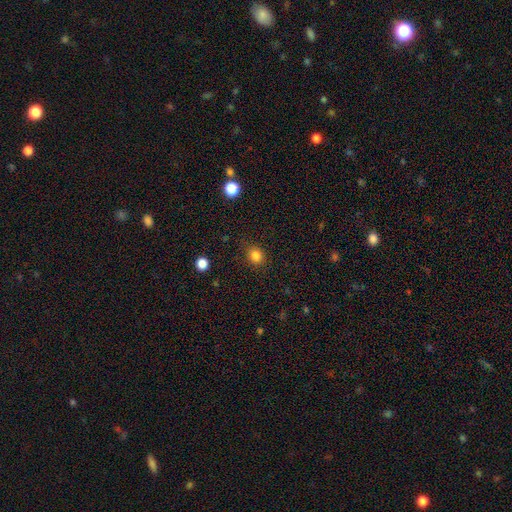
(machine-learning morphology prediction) Smooth or featured? smooth (83%)
How rounded? round (78%)
Merging? none (84%)